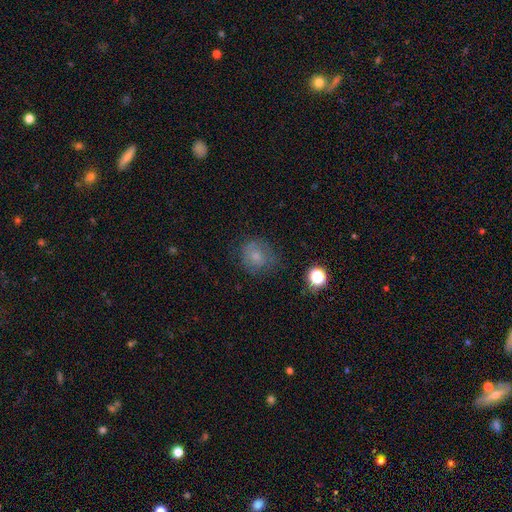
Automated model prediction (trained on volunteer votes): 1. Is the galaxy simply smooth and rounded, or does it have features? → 67% smooth, 19% featured or disk, 14% star or artifact.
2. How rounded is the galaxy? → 77% round, 22% in between, 1% cigar-shaped.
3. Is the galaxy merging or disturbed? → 65% none, 23% minor disturbance, 11% major disturbance, 2% merger.